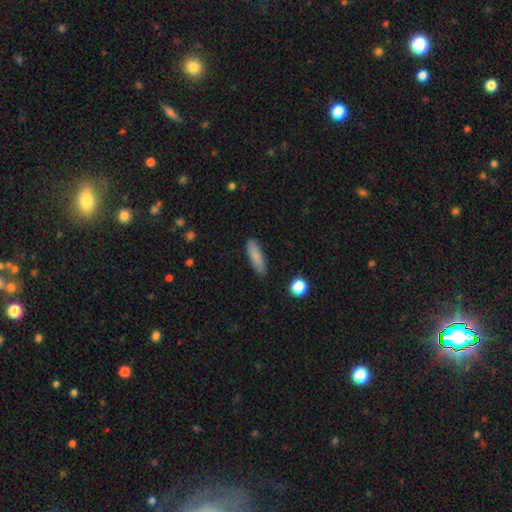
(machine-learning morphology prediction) A smooth galaxy with no disk features (85%) that is cigar-shaped (68%).

Vote fractions:
- Smooth or featured? smooth: 85% / featured or disk: 8% / star or artifact: 7%
- How rounded? cigar-shaped: 68% / in between: 31% / round: 2%
- Merging? none: 87% / minor disturbance: 9% / major disturbance: 2% / merger: 1%